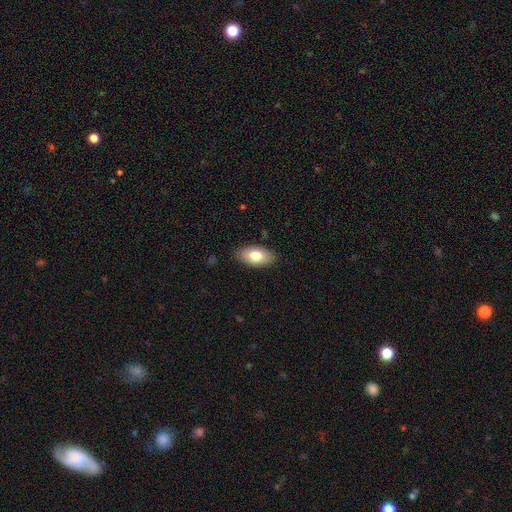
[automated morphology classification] The model was most divided on "smooth or featured": smooth: 77%, featured or disk: 17%, star or artifact: 7%. More confident: how rounded — in between (93%); merging — none (86%).